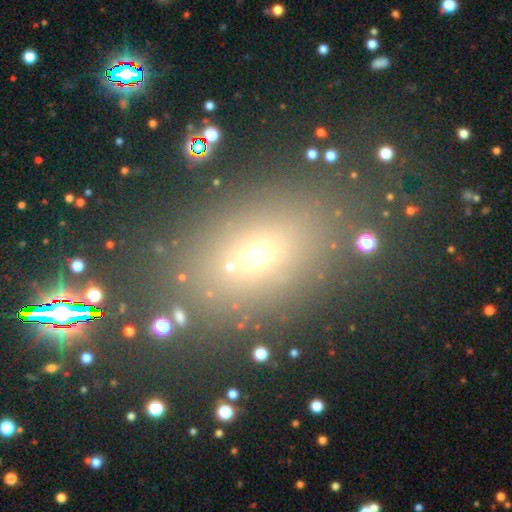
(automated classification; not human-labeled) smooth-or-featured: smooth: 55% | star or artifact: 32% | featured or disk: 12%
  how-rounded: in between: 61% | round: 36% | cigar-shaped: 3%
  merging: none: 79% | minor disturbance: 10% | major disturbance: 6% | merger: 5%